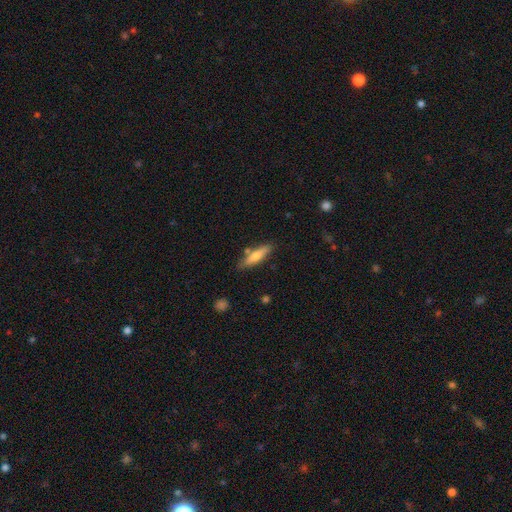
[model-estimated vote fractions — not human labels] Morphology: type=smooth (60%); roundness=cigar-shaped (75%); merging=none (79%).